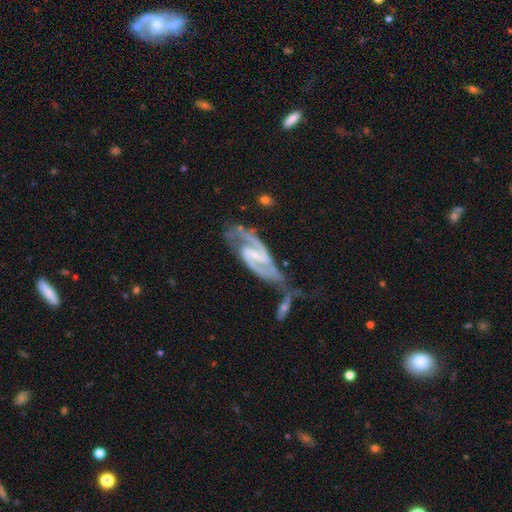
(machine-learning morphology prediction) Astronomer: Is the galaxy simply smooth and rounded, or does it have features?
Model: featured or disk — 93%.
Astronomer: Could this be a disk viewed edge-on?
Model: no — 97%.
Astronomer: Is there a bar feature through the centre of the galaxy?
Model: weak — 46% (runner-up: strong, 34%).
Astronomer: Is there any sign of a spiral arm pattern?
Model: yes — 98%.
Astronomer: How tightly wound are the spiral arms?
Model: medium — 60%.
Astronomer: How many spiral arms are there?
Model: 2 — 93%.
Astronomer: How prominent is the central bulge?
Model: small — 71%.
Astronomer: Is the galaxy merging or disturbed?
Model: none — 42% (runner-up: merger, 28%).